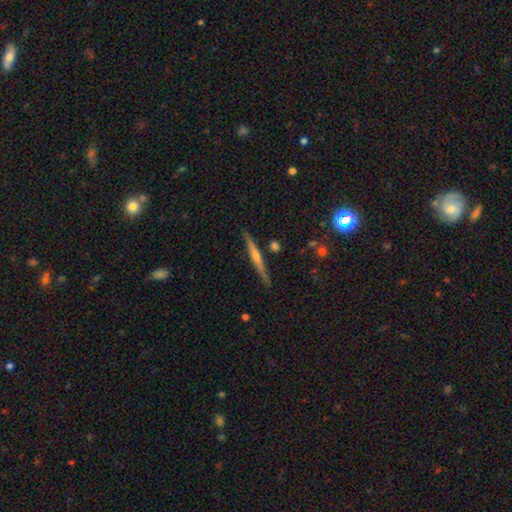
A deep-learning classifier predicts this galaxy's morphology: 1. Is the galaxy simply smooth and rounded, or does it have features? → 65% featured or disk, 27% smooth, 8% star or artifact.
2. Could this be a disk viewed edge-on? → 97% yes, 3% no.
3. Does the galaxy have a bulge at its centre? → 64% rounded, 27% none, 8% boxy.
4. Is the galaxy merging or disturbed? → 87% none, 9% minor disturbance, 2% merger, 2% major disturbance.